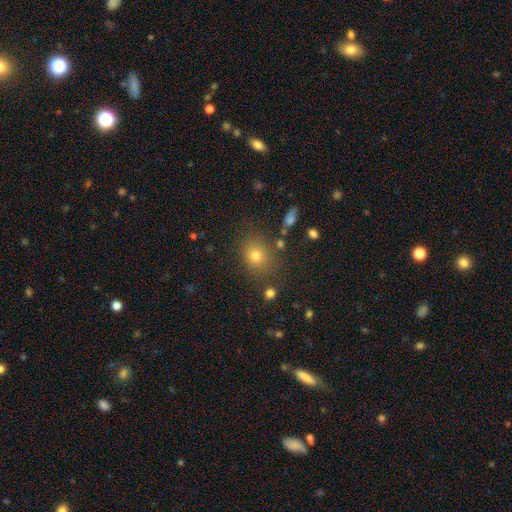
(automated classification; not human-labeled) Overall: smooth (73%). How rounded: round (62%; in between 37%). Merging: none (80%).